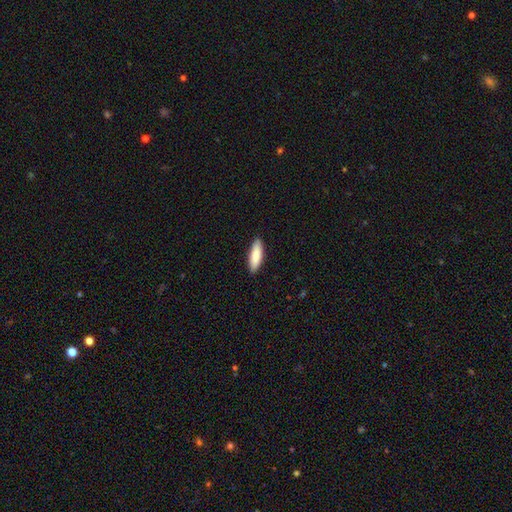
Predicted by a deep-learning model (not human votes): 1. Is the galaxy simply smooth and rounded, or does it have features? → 88% smooth, 7% featured or disk, 5% star or artifact.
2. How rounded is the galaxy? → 51% in between, 47% cigar-shaped, 2% round.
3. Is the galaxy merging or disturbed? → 89% none, 8% minor disturbance, 2% major disturbance, 1% merger.